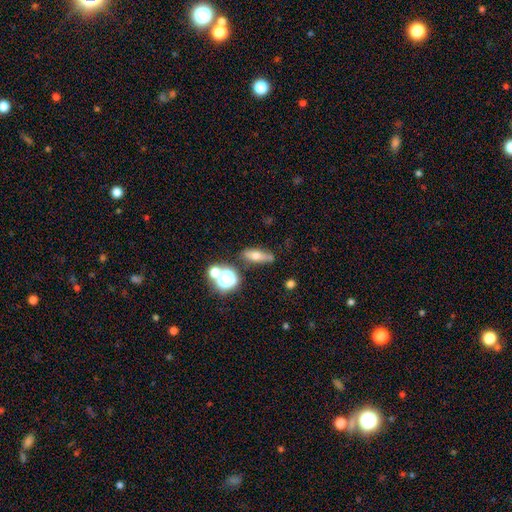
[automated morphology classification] Overall: smooth (57%; featured or disk 27%). How rounded: in between (51%; cigar-shaped 34%). Merging: none (69%).